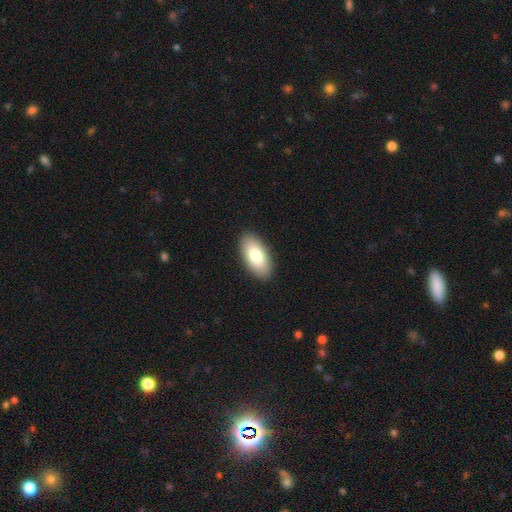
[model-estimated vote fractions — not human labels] Morphology: type=smooth (80%); roundness=in between (93%); merging=none (90%).